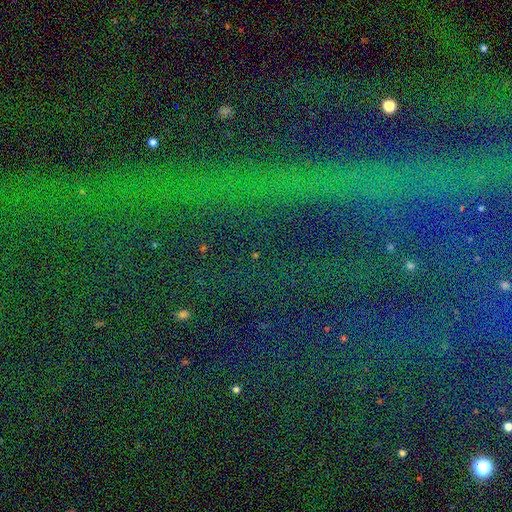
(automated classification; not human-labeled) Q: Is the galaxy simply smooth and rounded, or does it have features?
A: star or artifact — 78%.